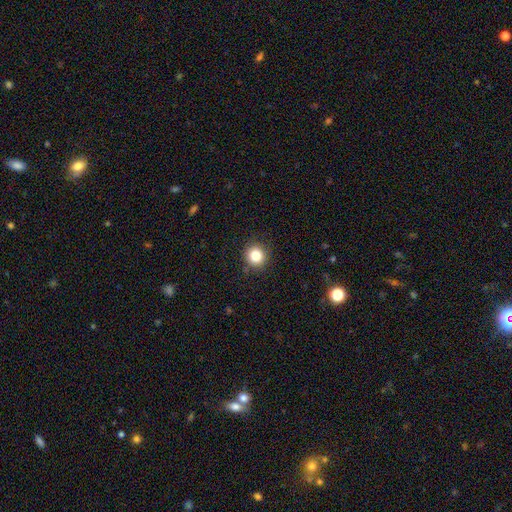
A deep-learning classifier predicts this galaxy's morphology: type=smooth (83%); roundness=round (93%); merging=none (90%).